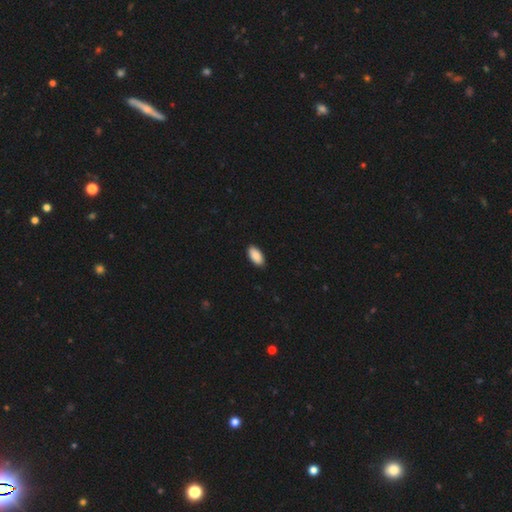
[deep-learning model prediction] Smooth or featured? smooth (90%)
How rounded? in between (94%)
Merging? none (90%)